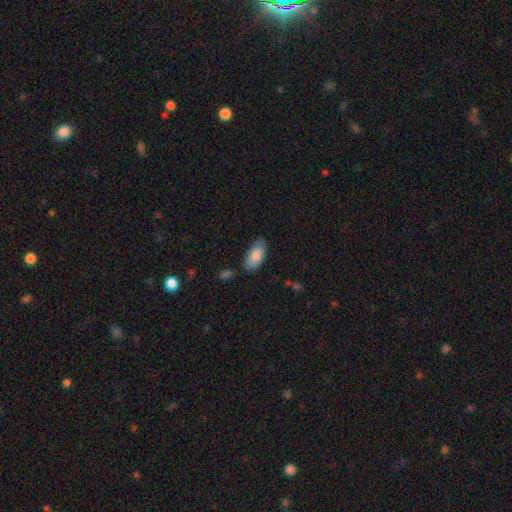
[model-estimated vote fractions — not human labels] A smooth galaxy with no disk features (84%) that is in between round and cigar-shaped (91%). Merging: none (76%).